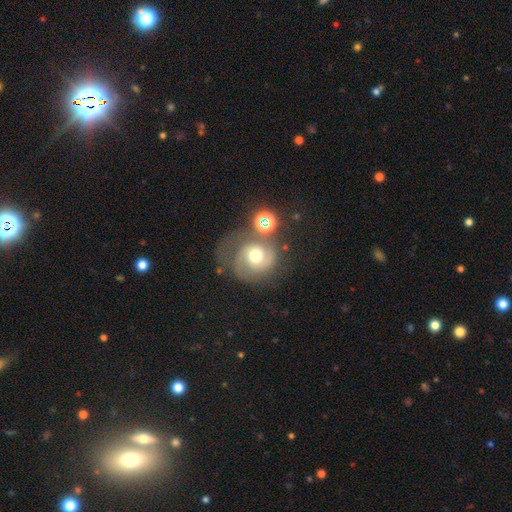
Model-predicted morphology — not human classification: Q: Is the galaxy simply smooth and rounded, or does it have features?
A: featured or disk — 65%.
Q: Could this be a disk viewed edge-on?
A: no — 97%.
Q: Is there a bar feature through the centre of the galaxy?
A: no — 73%.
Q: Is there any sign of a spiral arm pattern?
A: yes — 88%.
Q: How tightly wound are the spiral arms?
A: tight — 43%.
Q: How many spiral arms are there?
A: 2 — 59%.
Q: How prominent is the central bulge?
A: moderate — 70%.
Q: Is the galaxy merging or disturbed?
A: none — 41%.